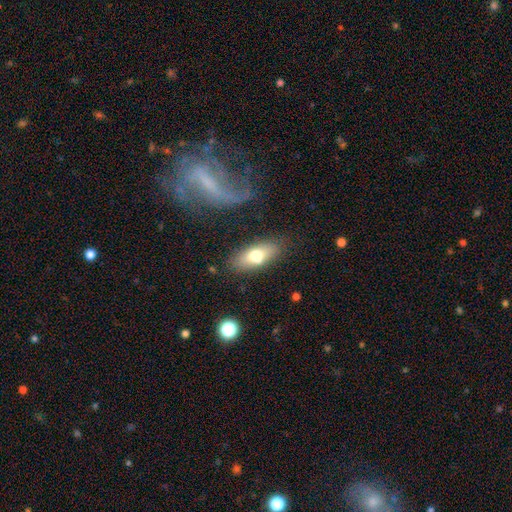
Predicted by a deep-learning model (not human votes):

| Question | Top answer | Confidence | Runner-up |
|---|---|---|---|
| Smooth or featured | smooth | 70% | featured or disk (23%) |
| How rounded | in between | 79% | cigar-shaped (18%) |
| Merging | none | 81% | minor disturbance (13%) |